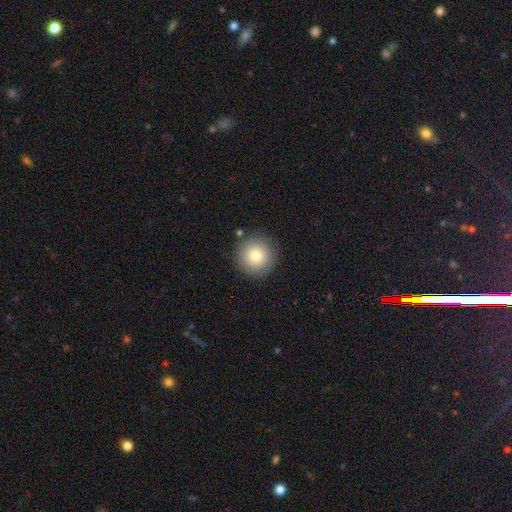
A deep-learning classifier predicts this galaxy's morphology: Smooth or featured: smooth — 80% (featured or disk — 11%)
How rounded: round — 95% (in between — 4%)
Merging: none — 87% (minor disturbance — 8%)